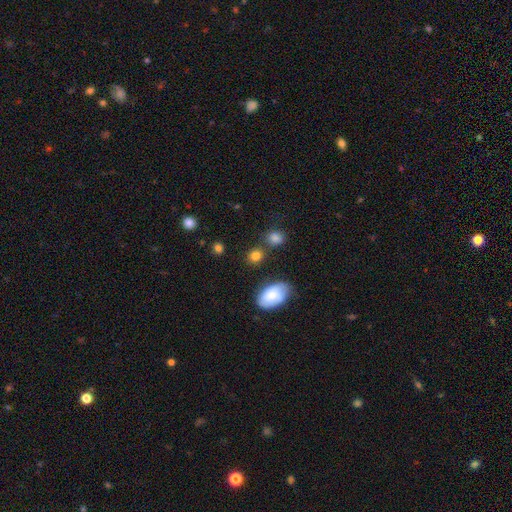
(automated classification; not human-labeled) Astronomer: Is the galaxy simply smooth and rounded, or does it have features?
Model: smooth — 84%.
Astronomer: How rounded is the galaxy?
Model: round — 69%.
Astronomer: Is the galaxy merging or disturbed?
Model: none — 74%.